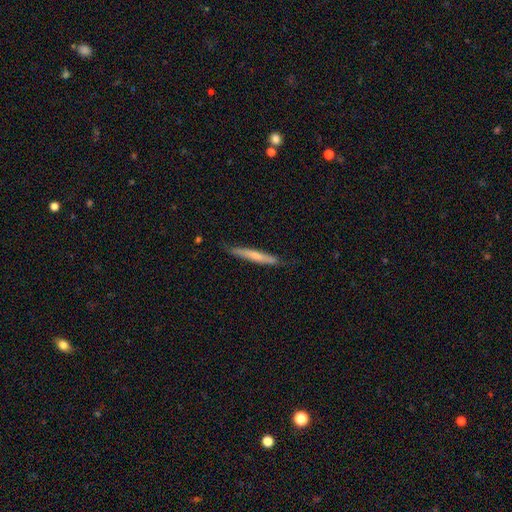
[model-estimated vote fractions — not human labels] Smooth or featured: smooth — 60% (featured or disk — 35%)
How rounded: cigar-shaped — 95% (in between — 4%)
Merging: none — 80% (minor disturbance — 16%)